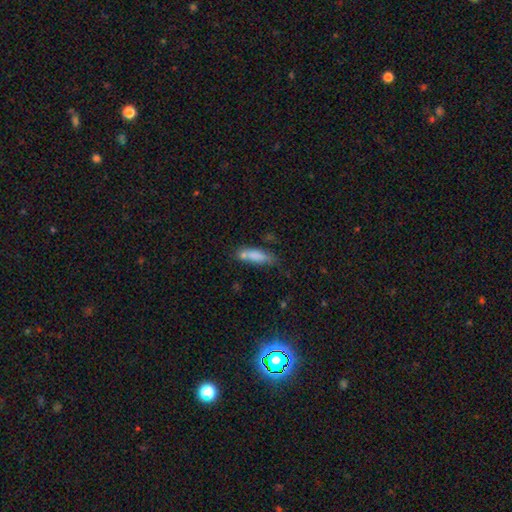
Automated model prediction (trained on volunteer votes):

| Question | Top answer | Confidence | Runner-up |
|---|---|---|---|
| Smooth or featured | smooth | 77% | featured or disk (14%) |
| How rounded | cigar-shaped | 51% | in between (46%) |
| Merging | none | 50% | minor disturbance (22%) |